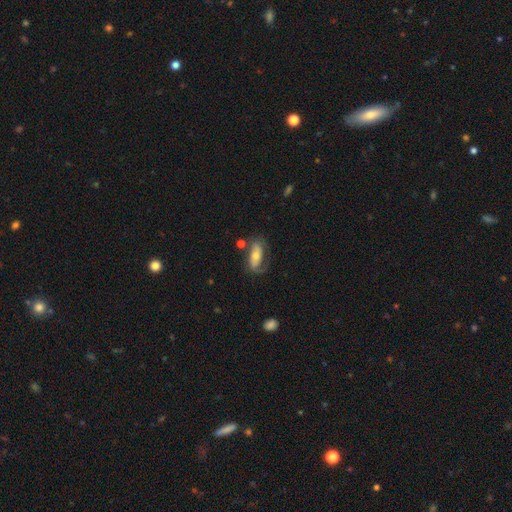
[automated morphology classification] A featured or disk galaxy (58%) with no bar (54%), spiral arms (77%) and a moderate central bulge (56%).

Vote fractions:
- Smooth or featured? featured or disk: 58% / smooth: 35% / star or artifact: 7%
- Edge-on disk? no: 87% / yes: 13%
- Bar? no: 54% / weak: 25% / strong: 21%
- Spiral arms? yes: 77% / no: 23%
- Bulge size? moderate: 56% / small: 36% / large: 5% / none: 2% / dominant: 1%
- Merging? none: 53% / minor disturbance: 23% / major disturbance: 18% / merger: 6%